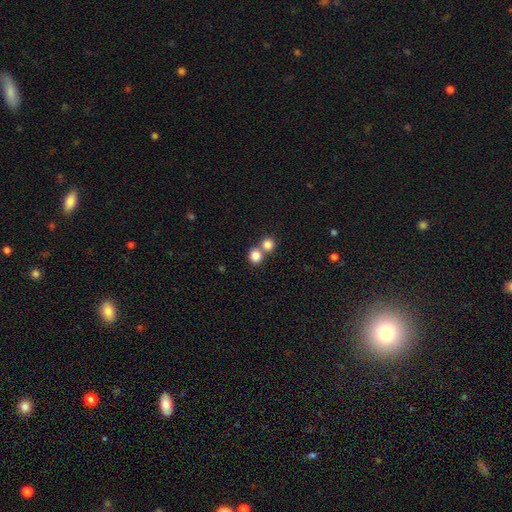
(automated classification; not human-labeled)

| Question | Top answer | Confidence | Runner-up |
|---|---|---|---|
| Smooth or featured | smooth | 83% | star or artifact (10%) |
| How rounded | round | 85% | in between (14%) |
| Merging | none | 46% | tied: merger (46%) |